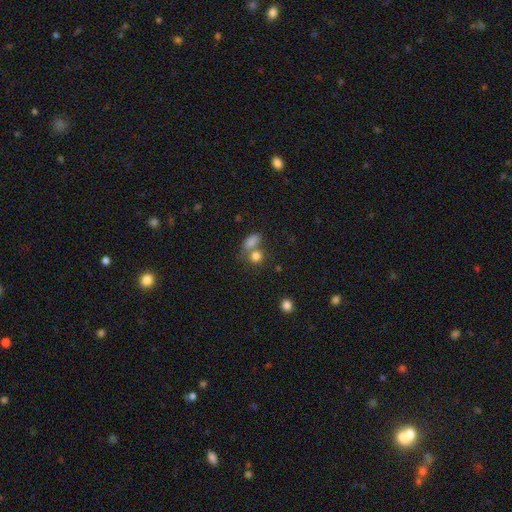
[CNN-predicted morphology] smooth 80%, star or artifact 12%, featured or disk 8%. Down the decision tree: how rounded — round (58%); merging — none (43%).